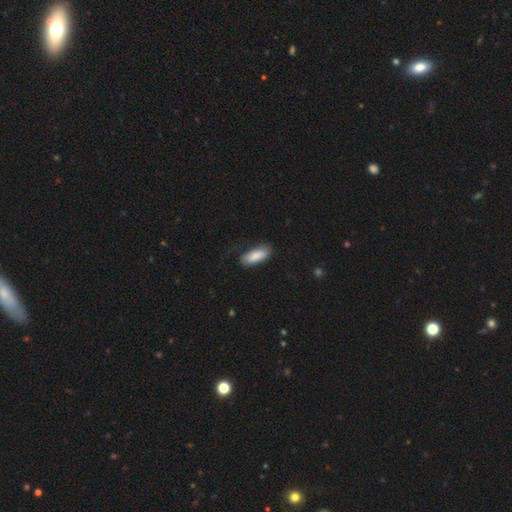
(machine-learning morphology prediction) This appears to be a smooth galaxy with no disk features (84%) that is in between round and cigar-shaped (77%). Merging: none (67%).